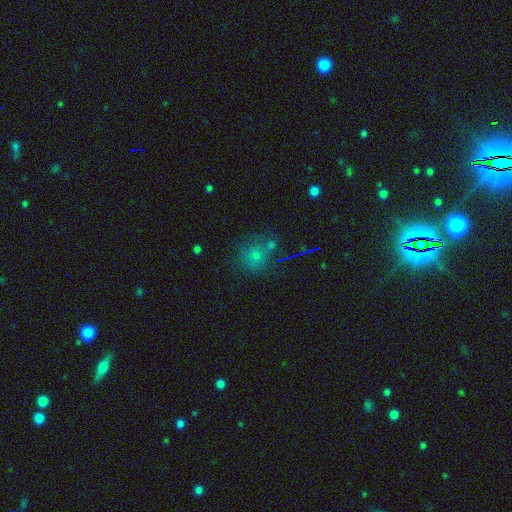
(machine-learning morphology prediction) Q: Smooth or featured?
A: smooth (55%); runner-up: star or artifact (30%)
Q: How rounded?
A: round (87%); runner-up: in between (12%)
Q: Merging?
A: none (68%); runner-up: minor disturbance (14%)